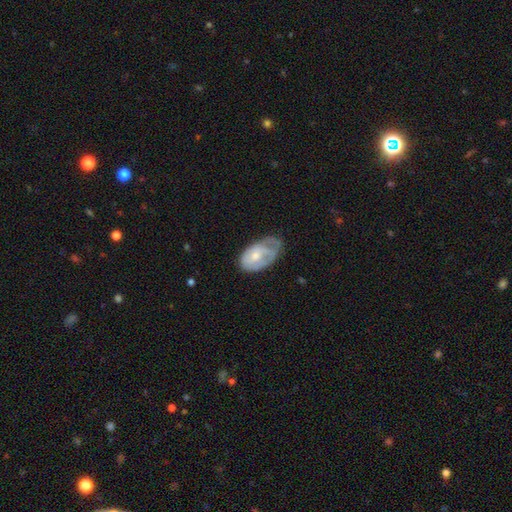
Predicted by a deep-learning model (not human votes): This appears to be a featured or disk galaxy (47%, tied with smooth). Merging: minor disturbance (40%).